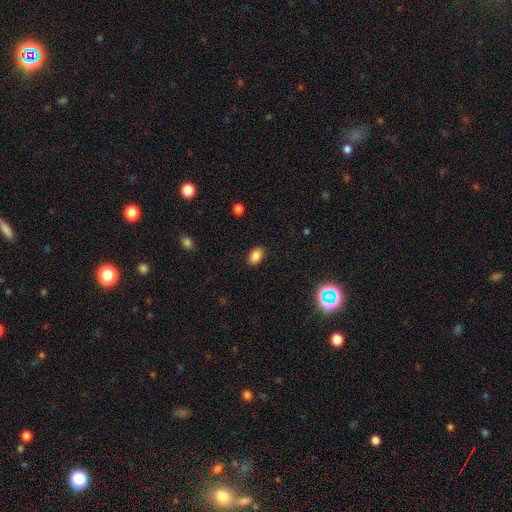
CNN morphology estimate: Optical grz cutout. It shows a smooth galaxy with no disk features (85%) that is in between round and cigar-shaped (85%). Merging: none (88%).